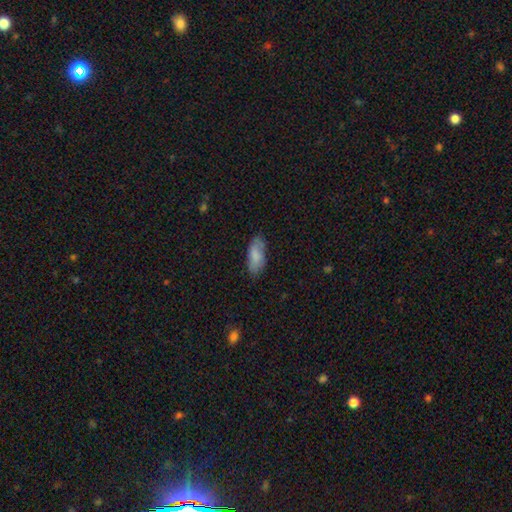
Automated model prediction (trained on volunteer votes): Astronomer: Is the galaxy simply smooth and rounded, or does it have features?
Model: smooth — 81%.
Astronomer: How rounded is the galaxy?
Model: in between — 87%.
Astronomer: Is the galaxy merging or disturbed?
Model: none — 75%.